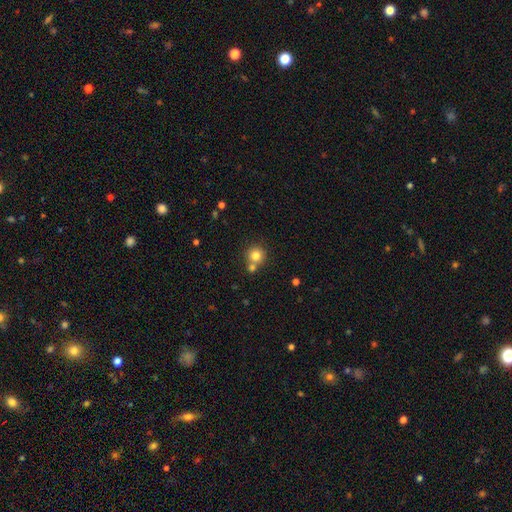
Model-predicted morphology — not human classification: Smooth or featured? Predicted: smooth (p=0.80). How rounded? Predicted: round (p=0.92). Merging? Predicted: none (p=0.64).